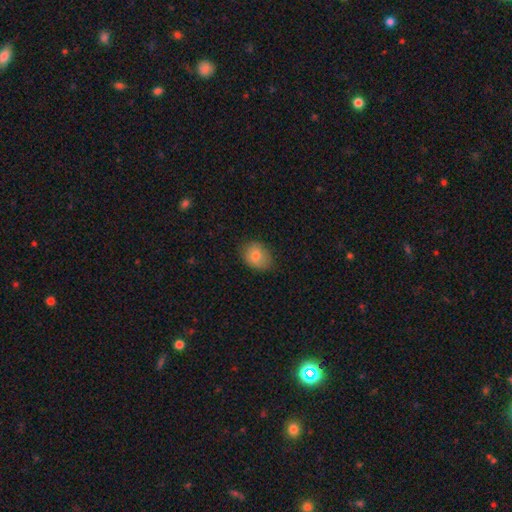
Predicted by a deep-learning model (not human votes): This appears to be a smooth galaxy with no disk features (81%) that is in between round and cigar-shaped (58%). Merging: none (78%).